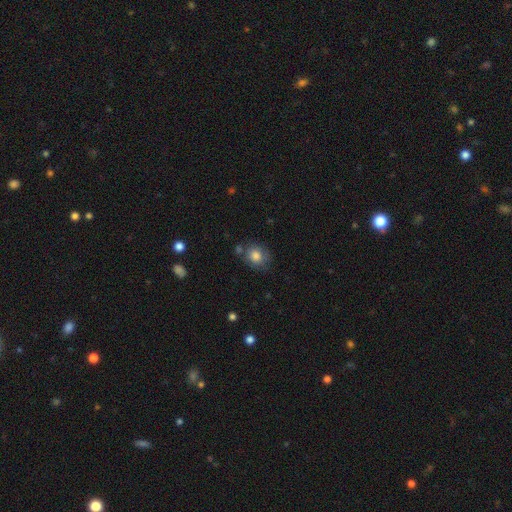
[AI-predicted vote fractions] This appears to be a smooth galaxy with no disk features (80%) that is round (64%). Merging: none (69%).